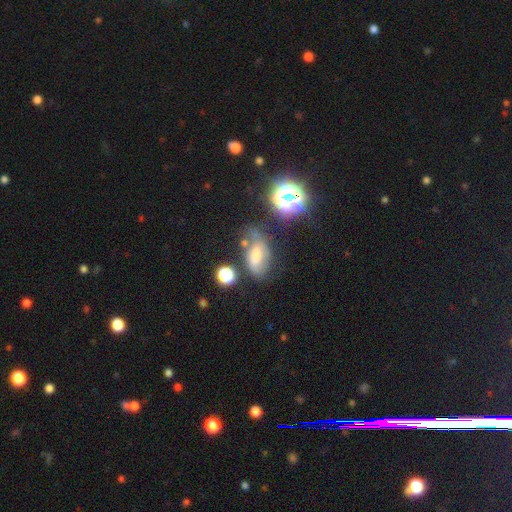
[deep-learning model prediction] Morphology: type=smooth (52%); roundness=in between (84%); merging=none (45%).